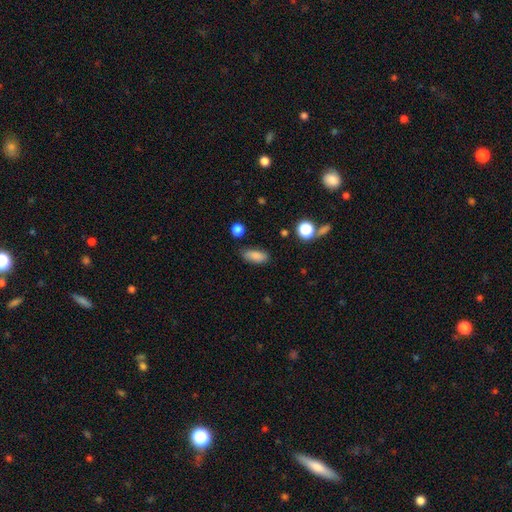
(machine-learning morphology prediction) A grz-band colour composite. It shows a smooth galaxy with no disk features (85%) that is in between round and cigar-shaped (83%). Merging: none (80%).